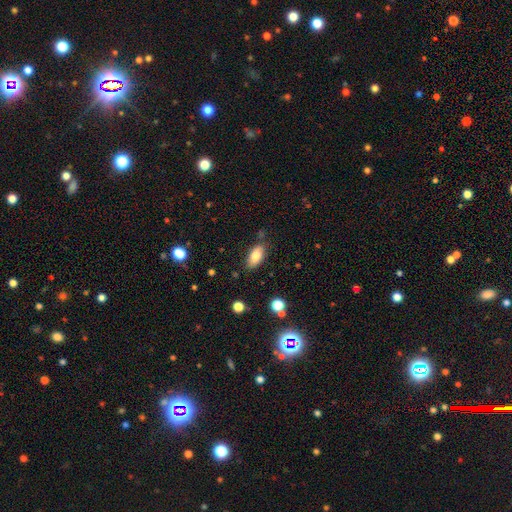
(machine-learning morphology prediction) Smooth or featured?
  - smooth: 80% *
  - featured or disk: 12%
  - star or artifact: 8%
How rounded?
  - in between: 90% *
  - cigar-shaped: 7%
  - round: 3%
Merging?
  - none: 80% *
  - minor disturbance: 14%
  - merger: 3%
  - major disturbance: 3%